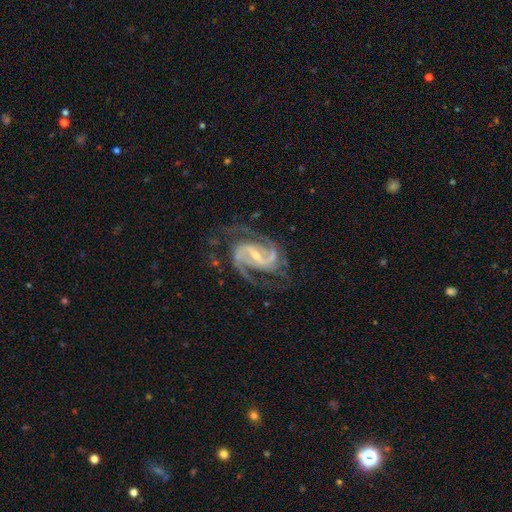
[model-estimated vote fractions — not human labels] Morphology: type=featured or disk (93%); edge-on=no (98%); bar=strong (51%); spiral arms=yes (99%); winding=medium (61%); arm count=2 (79%); bulge=small (66%); merging=none (69%).